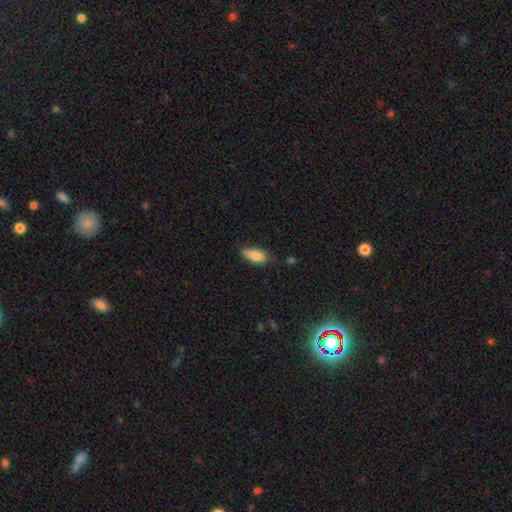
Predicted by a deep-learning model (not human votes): Smooth or featured? Predicted: smooth (p=0.85). How rounded? Predicted: in between (p=0.87). Merging? Predicted: none (p=0.72).